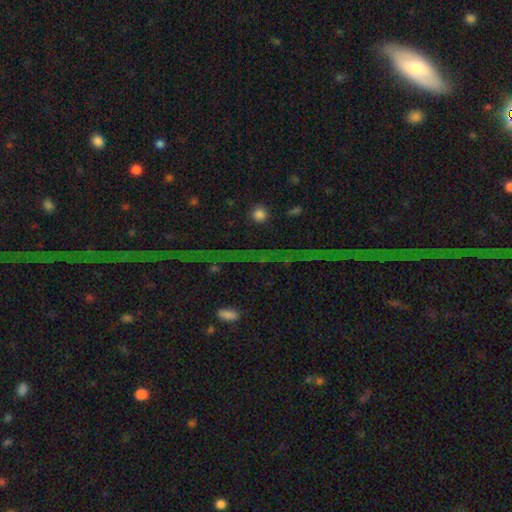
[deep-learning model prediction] This is likely a star or artifact rather than a galaxy (75%).